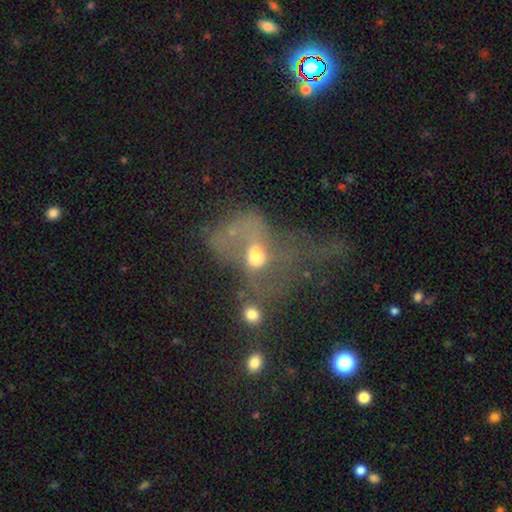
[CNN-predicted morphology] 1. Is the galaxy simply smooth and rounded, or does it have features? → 48% featured or disk, 37% smooth, 15% star or artifact.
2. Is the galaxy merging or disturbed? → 47% major disturbance, 22% merger, 19% none, 12% minor disturbance.